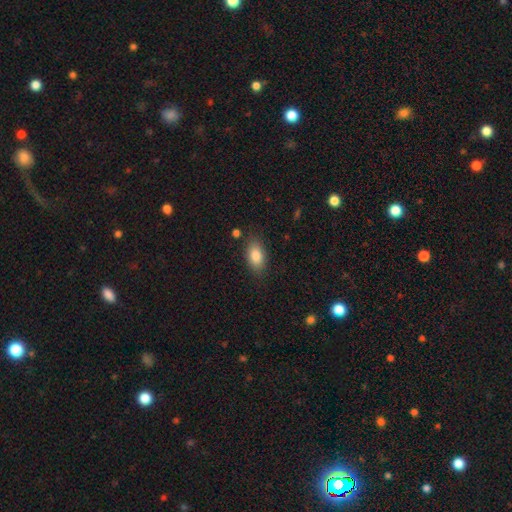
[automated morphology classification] Overall: smooth (84%). How rounded: in between (90%). Merging: none (82%).